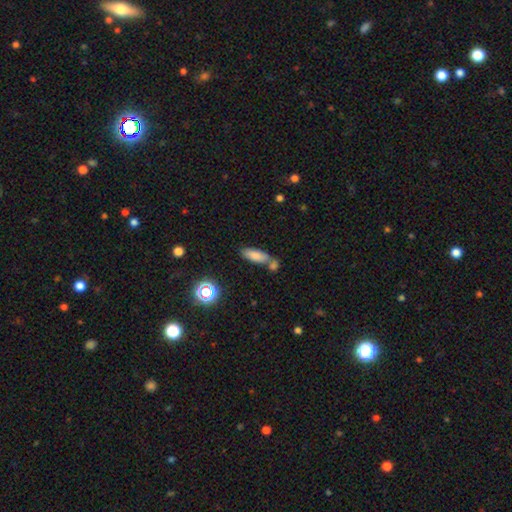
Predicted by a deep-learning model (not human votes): Q: Smooth or featured?
A: smooth (75%); runner-up: star or artifact (13%)
Q: How rounded?
A: in between (64%); runner-up: cigar-shaped (32%)
Q: Merging?
A: none (52%); runner-up: merger (31%)